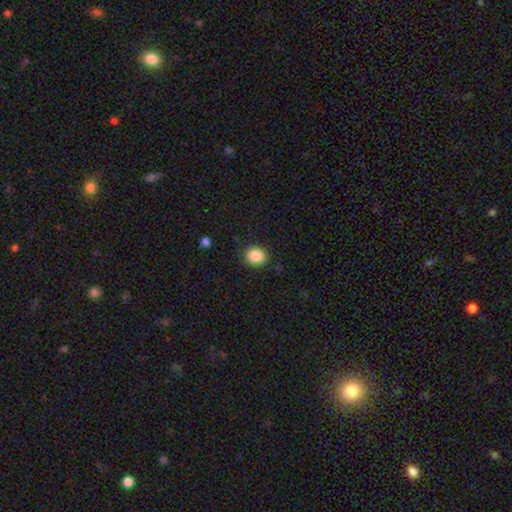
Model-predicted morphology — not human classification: This appears to be a smooth galaxy with no disk features (87%) that is round (67%). Merging: none (88%).